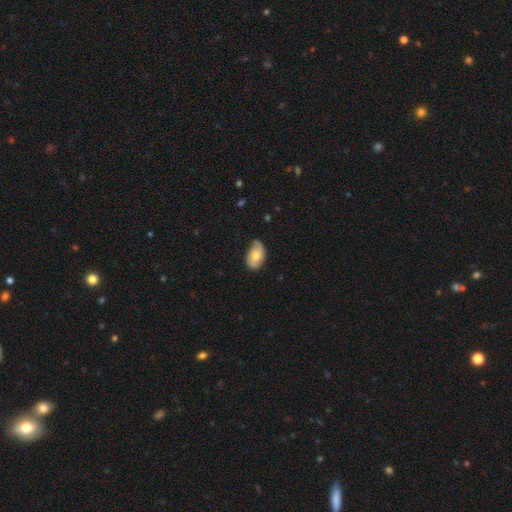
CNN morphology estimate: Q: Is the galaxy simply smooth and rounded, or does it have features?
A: smooth — 60%.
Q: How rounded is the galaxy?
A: in between — 92%.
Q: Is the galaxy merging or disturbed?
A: none — 57%.